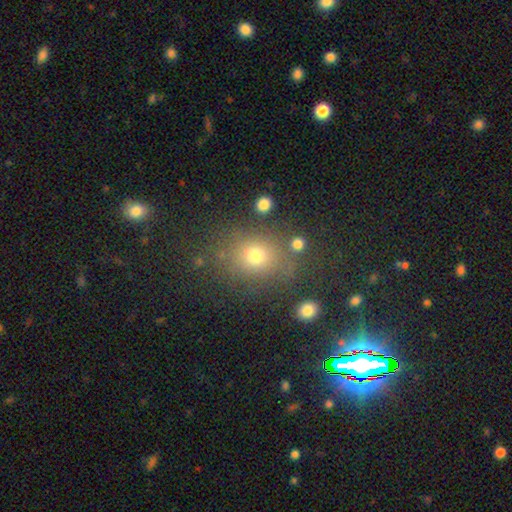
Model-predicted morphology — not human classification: smooth-or-featured: smooth: 71% | star or artifact: 19% | featured or disk: 10%
  how-rounded: round: 60% | in between: 39% | cigar-shaped: 1%
  merging: none: 75% | minor disturbance: 13% | major disturbance: 6% | merger: 6%